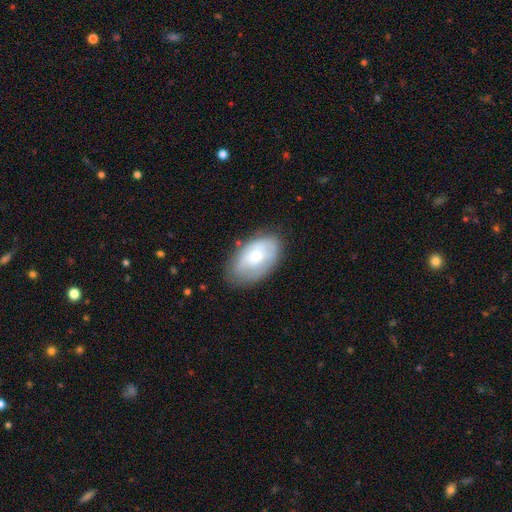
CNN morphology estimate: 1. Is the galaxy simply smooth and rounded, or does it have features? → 50% smooth, 43% featured or disk, 7% star or artifact.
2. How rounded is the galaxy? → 91% in between, 7% round, 2% cigar-shaped.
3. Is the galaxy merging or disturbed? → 72% none, 21% minor disturbance, 6% major disturbance, 1% merger.